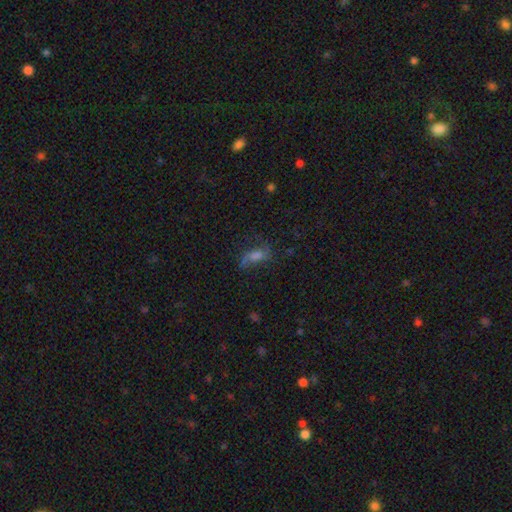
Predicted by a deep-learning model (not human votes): smooth_or_featured: featured or disk (p=0.51) [alt: smooth p=0.32]
disk_edge_on: no (p=0.89) [alt: yes p=0.11]
merging: none (p=0.58) [alt: minor disturbance p=0.21]